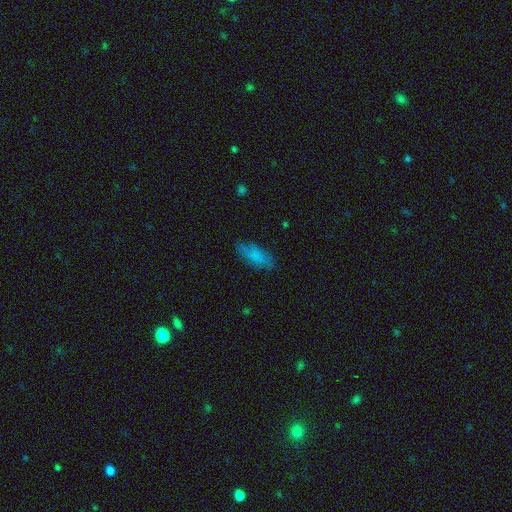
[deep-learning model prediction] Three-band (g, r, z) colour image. It shows a smooth galaxy with no disk features (77%) that is in between round and cigar-shaped (76%). Merging: none (74%).